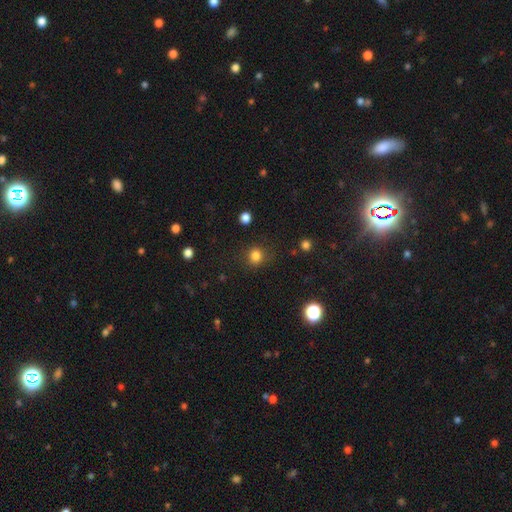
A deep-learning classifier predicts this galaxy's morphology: Smooth or featured?
  - smooth: 82% *
  - star or artifact: 14%
  - featured or disk: 5%
How rounded?
  - round: 83% *
  - in between: 17%
  - cigar-shaped: 1%
Merging?
  - none: 83% *
  - minor disturbance: 11%
  - major disturbance: 4%
  - merger: 2%